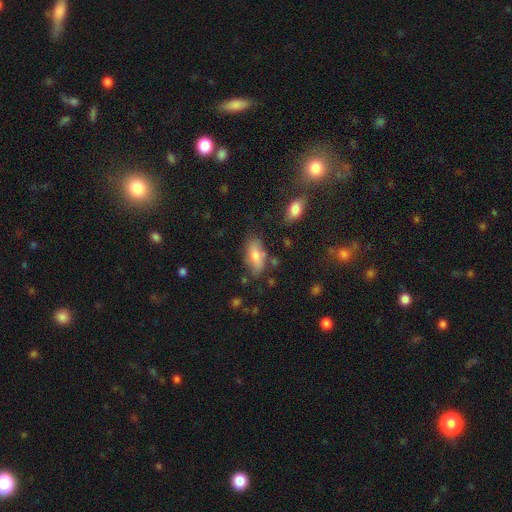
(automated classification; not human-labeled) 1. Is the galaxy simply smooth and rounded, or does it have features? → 75% smooth, 17% featured or disk, 8% star or artifact.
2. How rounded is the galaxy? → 84% in between, 13% cigar-shaped, 3% round.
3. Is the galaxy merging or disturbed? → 69% none, 20% minor disturbance, 6% merger, 5% major disturbance.